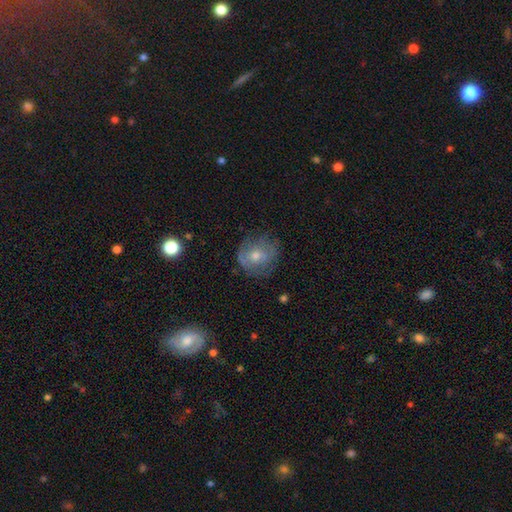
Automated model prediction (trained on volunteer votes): A featured or disk galaxy (53%) with no bar (73%), spiral arms (67%) and a moderate central bulge (53%). Merging: none (70%).